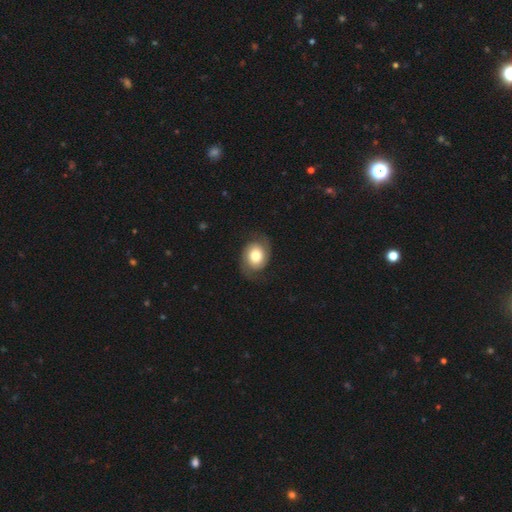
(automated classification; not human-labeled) This is possibly a smooth galaxy (47%). Merging: likely none (73%).